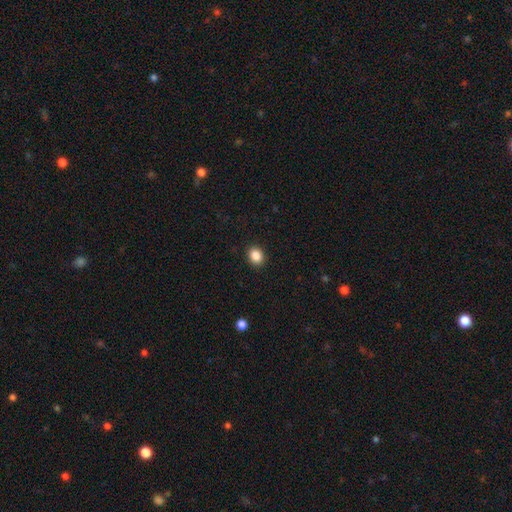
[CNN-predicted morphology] A smooth galaxy with no disk features (87%) that is round (57%). Merging: none (91%).